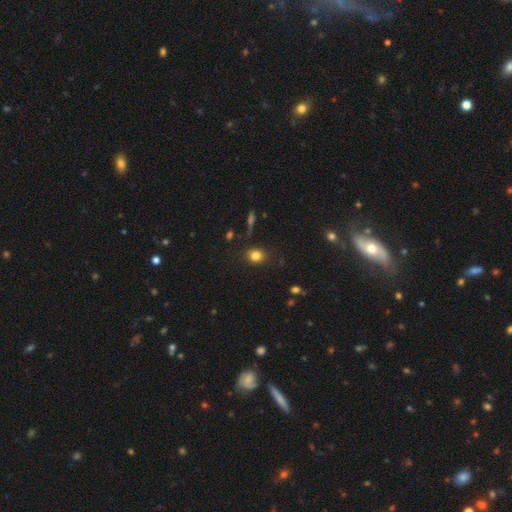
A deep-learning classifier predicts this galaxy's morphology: This is clearly a smooth galaxy (81%). How rounded: likely round (64%). Merging: clearly none (81%).